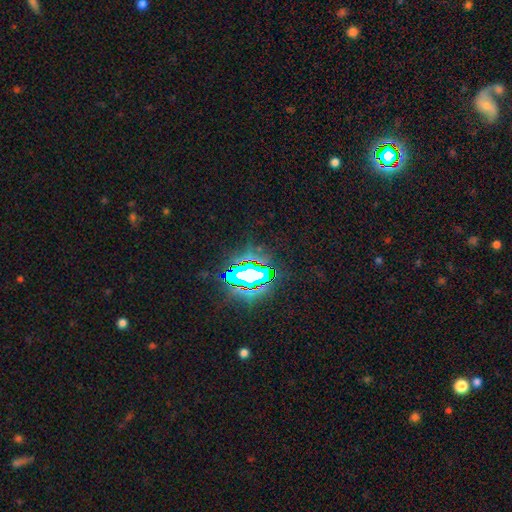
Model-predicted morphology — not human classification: type=star or artifact (81%).